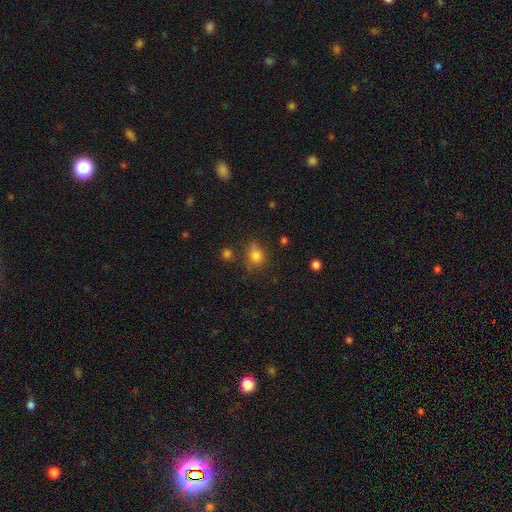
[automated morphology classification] Smooth or featured?
  - smooth: 77% *
  - star or artifact: 14%
  - featured or disk: 9%
How rounded?
  - round: 60% *
  - in between: 39%
  - cigar-shaped: 2%
Merging?
  - none: 57% *
  - minor disturbance: 25%
  - major disturbance: 10%
  - merger: 9%